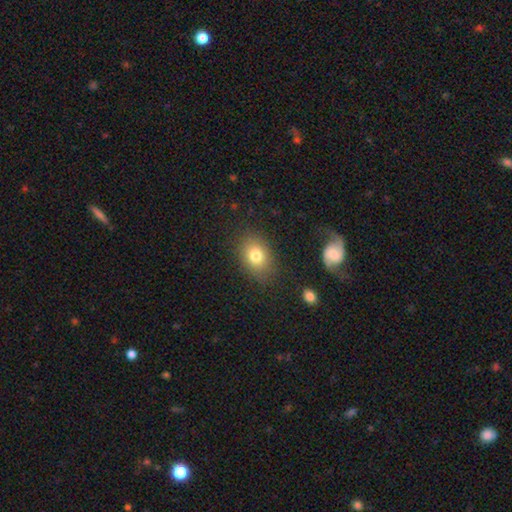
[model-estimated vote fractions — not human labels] Smooth or featured? smooth (79%)
How rounded? in between (66%)
Merging? none (82%)